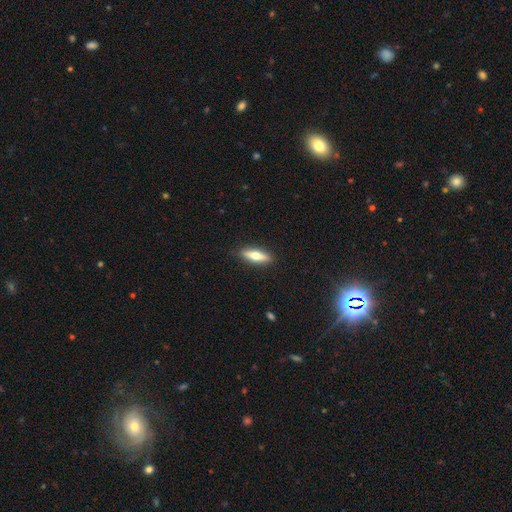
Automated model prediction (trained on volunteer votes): Morphology: type=smooth (54%); roundness=cigar-shaped (62%); merging=none (89%).